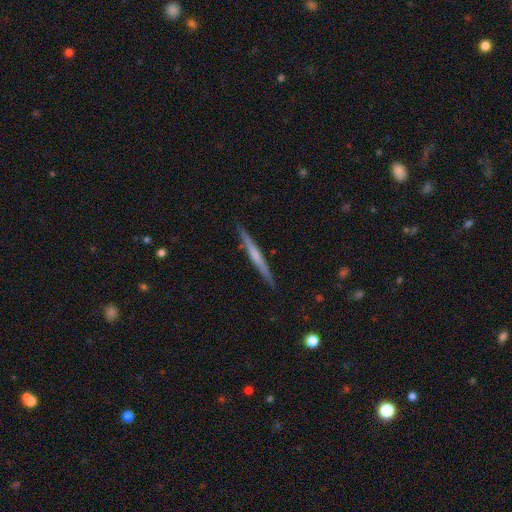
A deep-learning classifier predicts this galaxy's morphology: A featured or disk galaxy (55%) viewed edge-on (98%) with no central bulge (63%). Merging: none (90%).